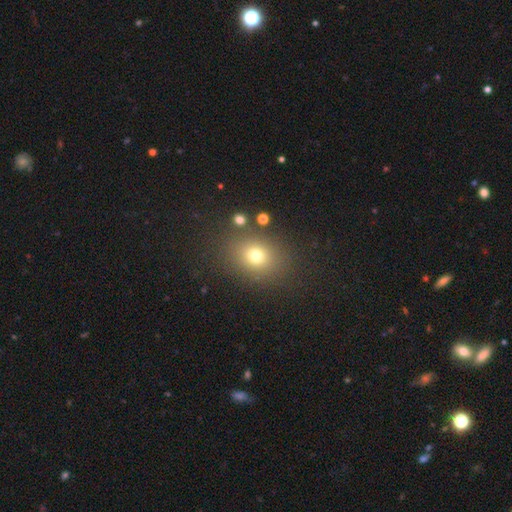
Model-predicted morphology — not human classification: This is likely a smooth galaxy (73%). How rounded: possibly round (55%). Merging: clearly none (82%).